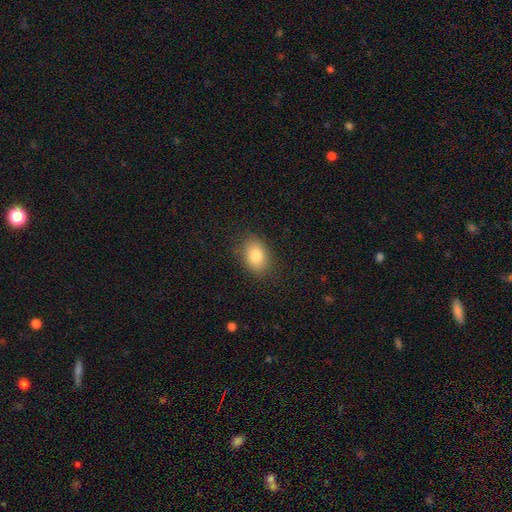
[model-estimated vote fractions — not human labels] A smooth galaxy with no disk features (81%) that is in between round and cigar-shaped (75%).

Vote fractions:
- Smooth or featured? smooth: 81% / featured or disk: 10% / star or artifact: 9%
- How rounded? in between: 75% / round: 24% / cigar-shaped: 1%
- Merging? none: 85% / minor disturbance: 11% / major disturbance: 3% / merger: 1%